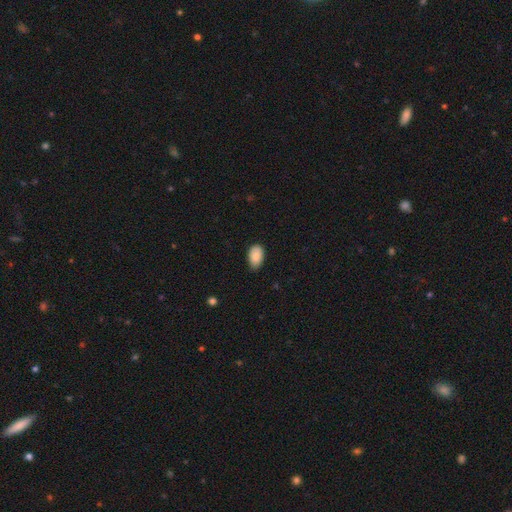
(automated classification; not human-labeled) The model was most divided on "merging": none: 70%, minor disturbance: 25%, major disturbance: 3%, merger: 1%. More confident: how rounded — in between (92%); smooth or featured — smooth (88%).